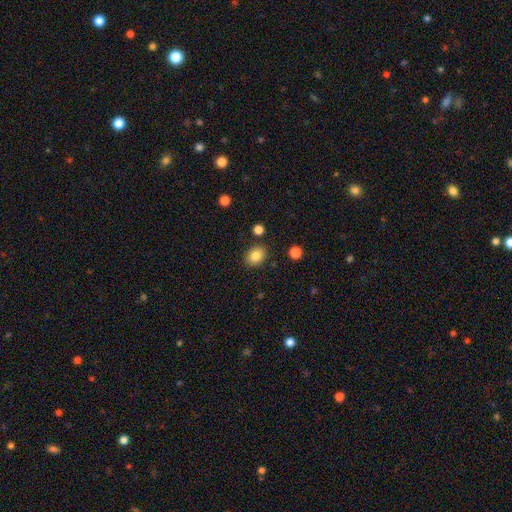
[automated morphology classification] Smooth or featured? smooth (84%)
How rounded? in between (63%)
Merging? none (85%)